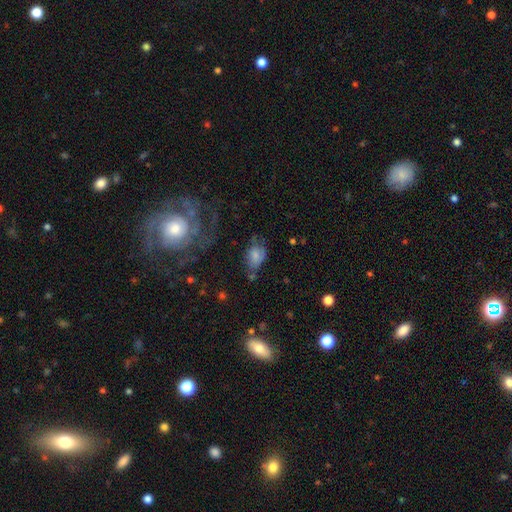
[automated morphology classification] Smooth or featured?
  - smooth: 69% *
  - featured or disk: 20%
  - star or artifact: 10%
How rounded?
  - in between: 80% *
  - round: 18%
  - cigar-shaped: 2%
Merging?
  - none: 43% *
  - minor disturbance: 31%
  - major disturbance: 19%
  - merger: 8%